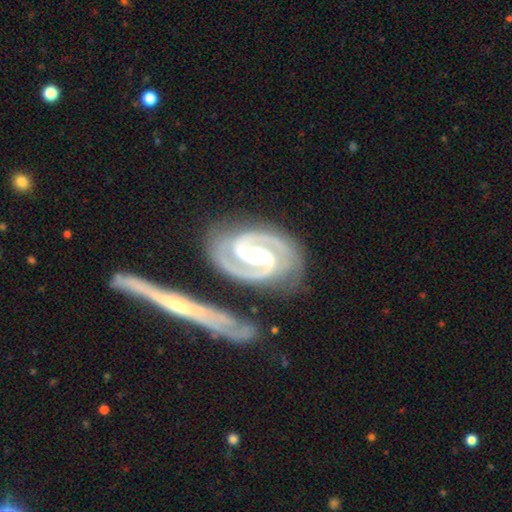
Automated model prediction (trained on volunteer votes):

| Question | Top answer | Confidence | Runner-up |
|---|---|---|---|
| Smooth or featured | featured or disk | 93% | star or artifact (3%) |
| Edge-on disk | no | 97% | yes (3%) |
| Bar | strong | 68% | weak (24%) |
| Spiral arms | yes | 98% | no (2%) |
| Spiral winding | medium | 52% | tight (41%) |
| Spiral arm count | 2 | 93% | 3 (2%) |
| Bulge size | moderate | 65% | small (20%) |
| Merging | none | 74% | minor disturbance (14%) |